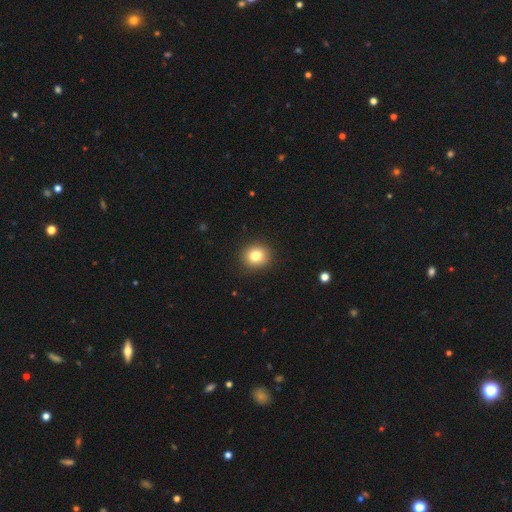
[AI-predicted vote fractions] Smooth or featured? smooth (81%)
How rounded? round (81%)
Merging? none (91%)